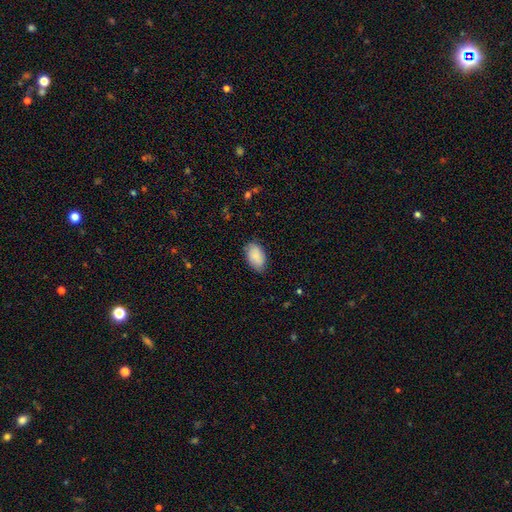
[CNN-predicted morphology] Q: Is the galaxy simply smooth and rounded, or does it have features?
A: smooth — 88%.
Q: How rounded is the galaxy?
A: in between — 94%.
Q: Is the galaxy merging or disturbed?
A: none — 81%.